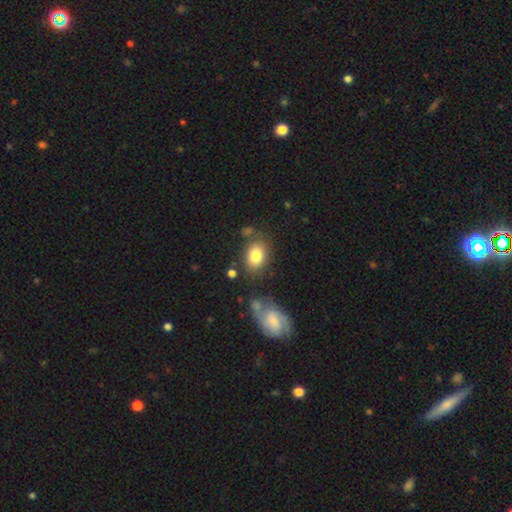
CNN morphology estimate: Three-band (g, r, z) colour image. It shows a smooth galaxy with no disk features (81%) that is in between round and cigar-shaped (71%). Merging: none (71%).